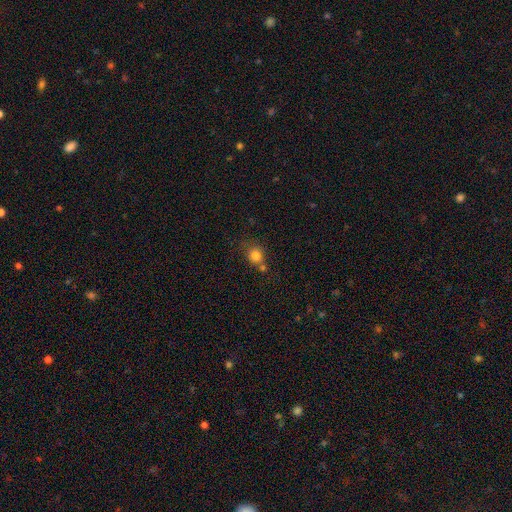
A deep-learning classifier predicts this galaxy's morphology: A smooth galaxy with no disk features (80%) that is round (81%). Merging: none (55%).